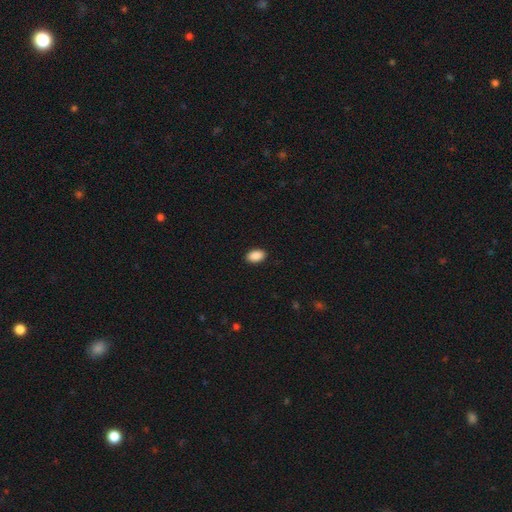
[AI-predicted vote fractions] Overall: smooth (90%). How rounded: in between (92%). Merging: none (90%).